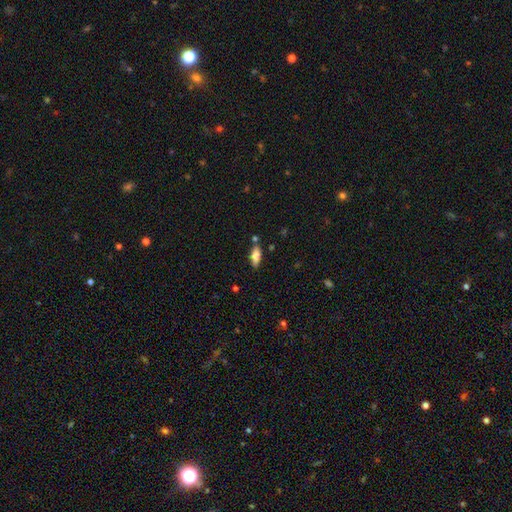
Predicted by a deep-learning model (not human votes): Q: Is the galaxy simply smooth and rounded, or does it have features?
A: smooth — 66%.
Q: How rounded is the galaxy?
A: in between — 71%.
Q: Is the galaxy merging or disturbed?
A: none — 77%.